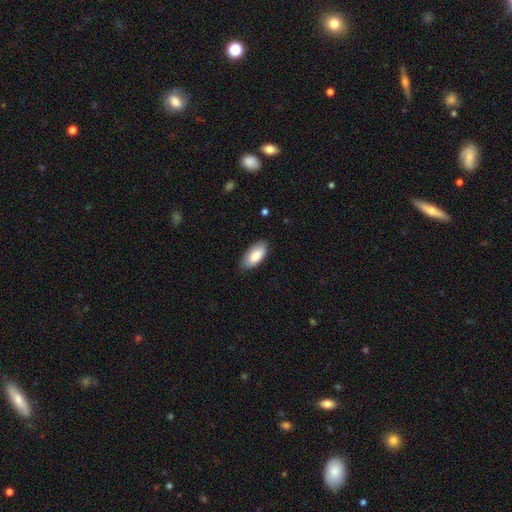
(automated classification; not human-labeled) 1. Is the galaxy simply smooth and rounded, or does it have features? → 82% smooth, 11% featured or disk, 6% star or artifact.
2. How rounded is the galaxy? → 92% in between, 6% cigar-shaped, 2% round.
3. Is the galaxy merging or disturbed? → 81% none, 16% minor disturbance, 2% major disturbance, 1% merger.